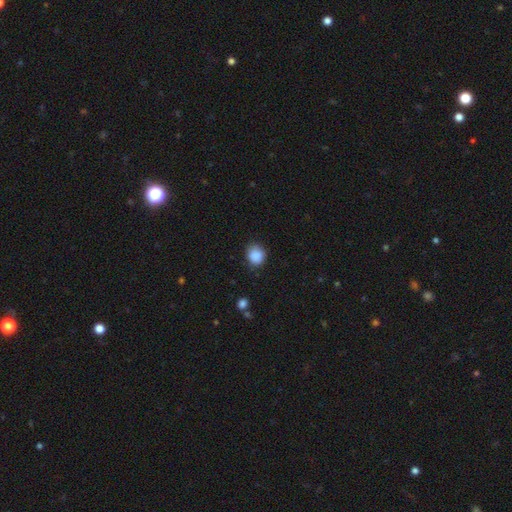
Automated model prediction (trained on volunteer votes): smooth 88%, star or artifact 9%, featured or disk 3%. Down the decision tree: how rounded — round (77%); merging — none (81%).